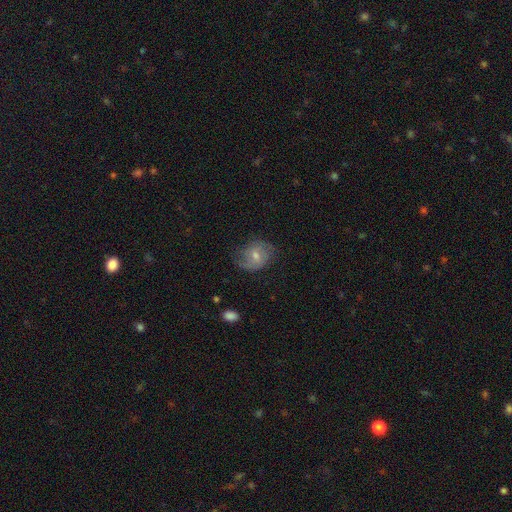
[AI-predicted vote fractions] Smooth or featured?
  - featured or disk: 59% *
  - smooth: 31%
  - star or artifact: 11%
Edge-on disk?
  - no: 96% *
  - yes: 4%
Bar?
  - no: 48% *
  - weak: 43%
  - strong: 9%
Spiral arms?
  - yes: 85% *
  - no: 15%
Bulge size?
  - small: 49% *
  - moderate: 45%
  - none: 3%
  - large: 2%
  - dominant: 1%
Merging?
  - none: 67% *
  - minor disturbance: 22%
  - major disturbance: 10%
  - merger: 1%